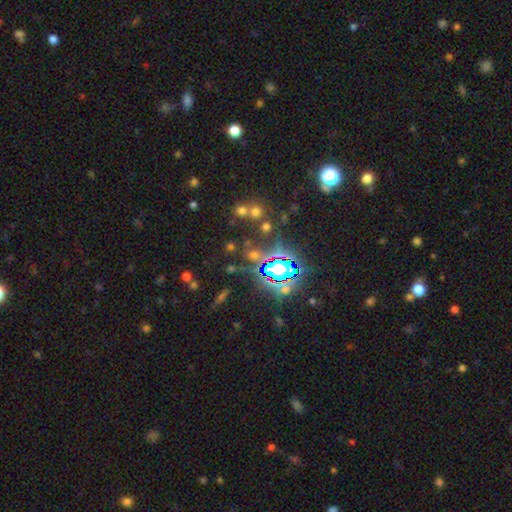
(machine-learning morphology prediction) The model was most divided on "smooth or featured": star or artifact: 71%, smooth: 18%, featured or disk: 11%.